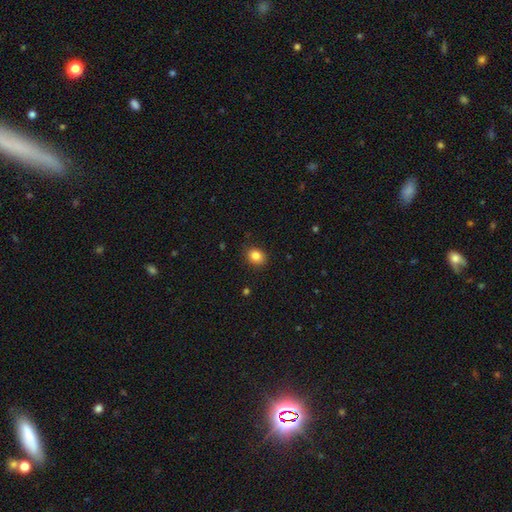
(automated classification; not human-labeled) This appears to be a smooth galaxy with no disk features (84%) that is round (59%). Merging: none (88%).